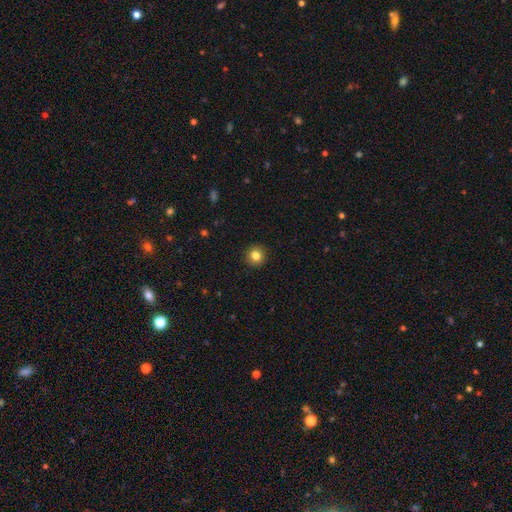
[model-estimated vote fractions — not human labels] Morphology: type=smooth (82%); roundness=round (93%); merging=none (92%).